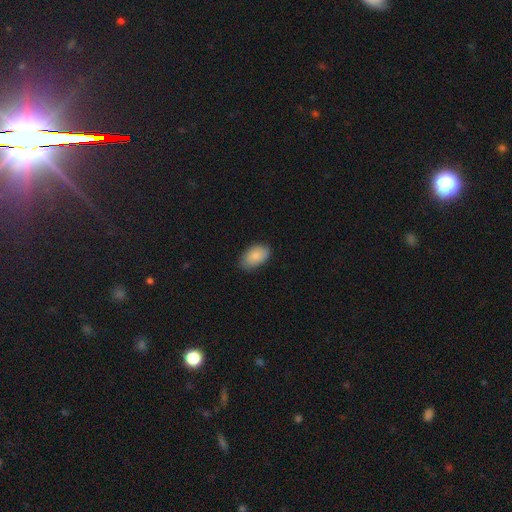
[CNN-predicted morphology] smooth 85%, featured or disk 9%, star or artifact 6%. Down the decision tree: how rounded — in between (92%); merging — none (81%).